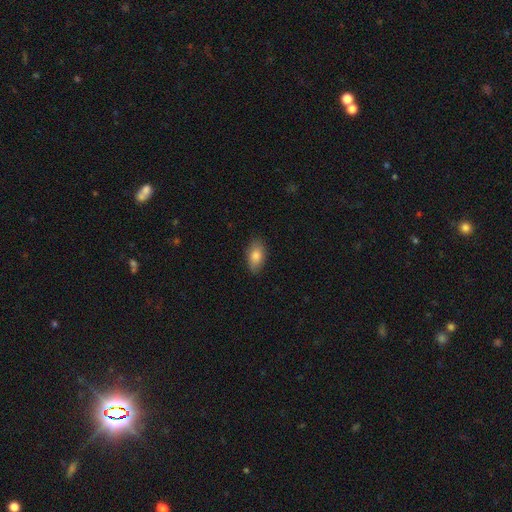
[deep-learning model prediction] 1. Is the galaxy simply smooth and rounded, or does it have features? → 83% smooth, 10% featured or disk, 7% star or artifact.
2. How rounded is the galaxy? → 92% in between, 5% round, 3% cigar-shaped.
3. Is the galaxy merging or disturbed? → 84% none, 12% minor disturbance, 2% major disturbance, 1% merger.